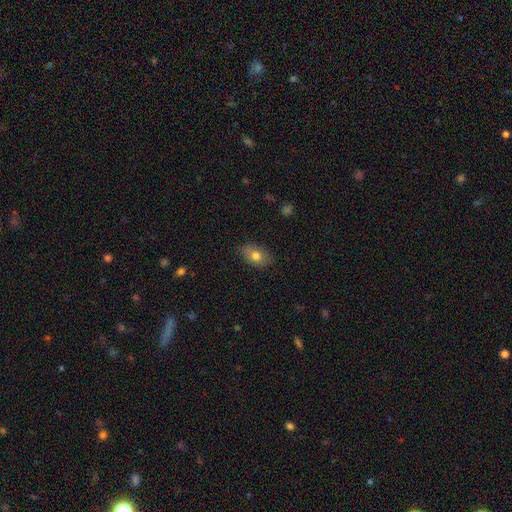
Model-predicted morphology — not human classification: The model was most divided on "smooth or featured": smooth: 77%, featured or disk: 15%, star or artifact: 8%. More confident: how rounded — in between (85%); merging — none (82%).